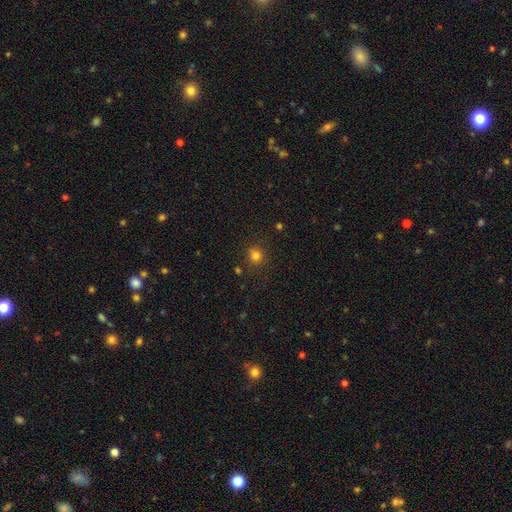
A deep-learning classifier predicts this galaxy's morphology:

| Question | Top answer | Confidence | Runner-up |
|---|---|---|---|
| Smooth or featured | smooth | 79% | star or artifact (15%) |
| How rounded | round | 83% | in between (16%) |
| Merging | none | 85% | minor disturbance (9%) |